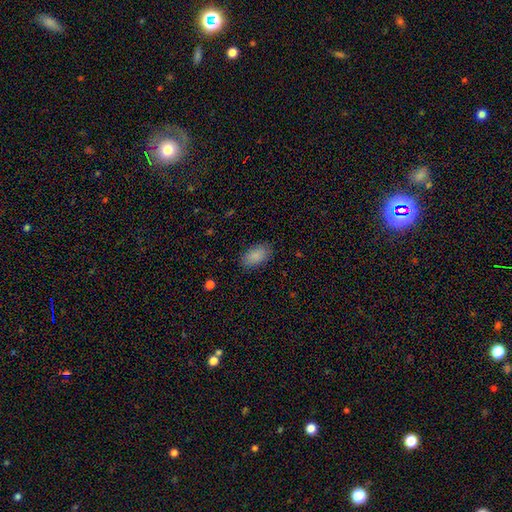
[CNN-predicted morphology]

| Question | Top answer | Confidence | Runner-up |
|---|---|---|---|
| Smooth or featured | smooth | 88% | star or artifact (8%) |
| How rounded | in between | 92% | round (5%) |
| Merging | none | 85% | minor disturbance (11%) |